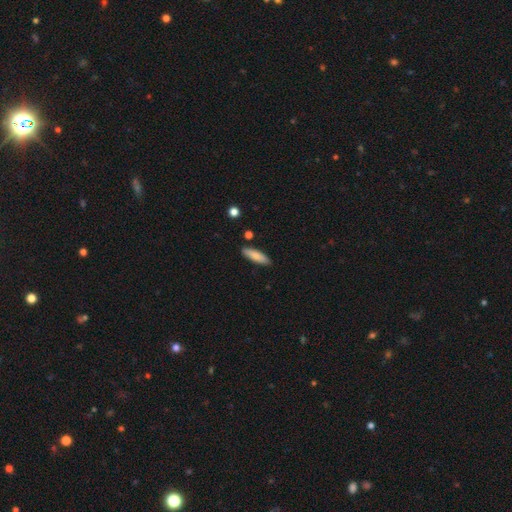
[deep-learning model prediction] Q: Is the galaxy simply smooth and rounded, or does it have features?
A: smooth — 81%.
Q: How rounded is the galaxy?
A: cigar-shaped — 56%.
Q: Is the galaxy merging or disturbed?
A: none — 86%.